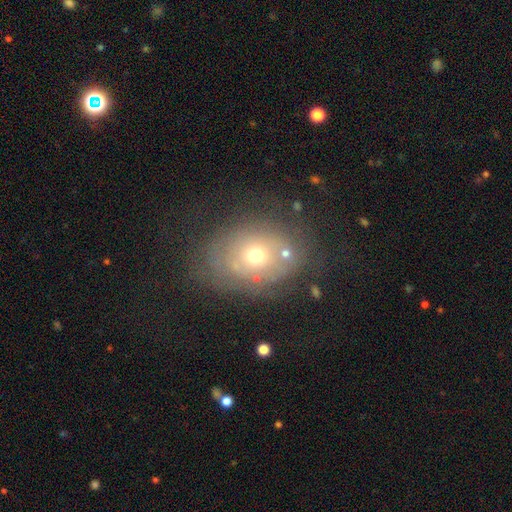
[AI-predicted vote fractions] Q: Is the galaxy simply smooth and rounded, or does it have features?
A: smooth — 50%.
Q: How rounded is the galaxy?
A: in between — 54%.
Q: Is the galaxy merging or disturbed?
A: none — 61%.